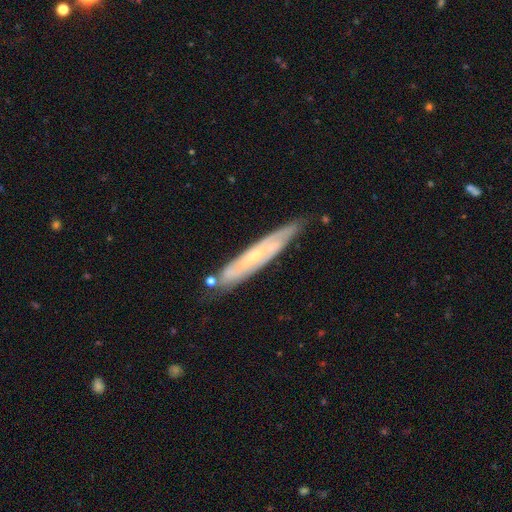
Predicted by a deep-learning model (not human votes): Smooth or featured?
  - featured or disk: 72% *
  - smooth: 21%
  - star or artifact: 6%
Edge-on disk?
  - no: 52% *
  - yes: 48%
Merging?
  - none: 76% *
  - minor disturbance: 17%
  - merger: 3%
  - major disturbance: 3%